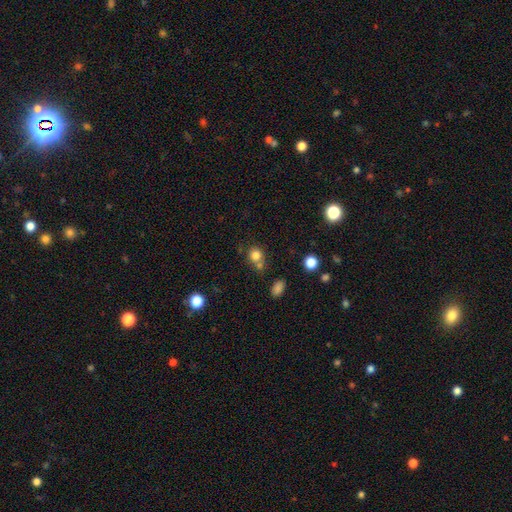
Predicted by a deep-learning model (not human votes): smooth 79%, star or artifact 13%, featured or disk 7%. Down the decision tree: how rounded — round (83%); merging — none (56%).